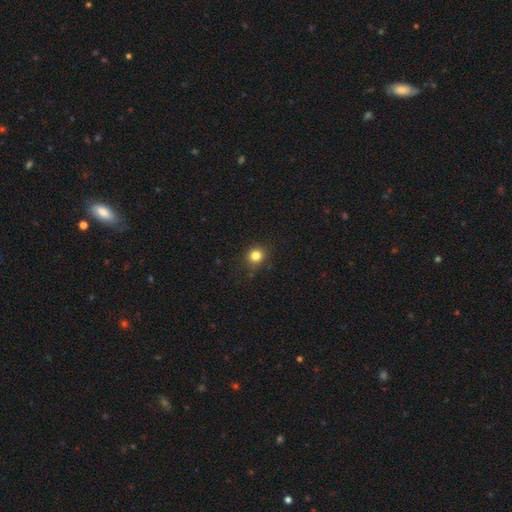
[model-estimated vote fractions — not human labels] This appears to be a smooth galaxy with no disk features (82%) that is round (89%). Merging: none (87%).